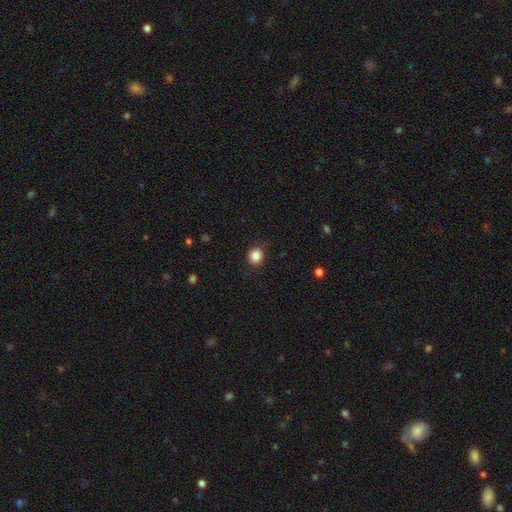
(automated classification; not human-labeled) Overall: smooth (86%). How rounded: round (82%). Merging: none (88%).